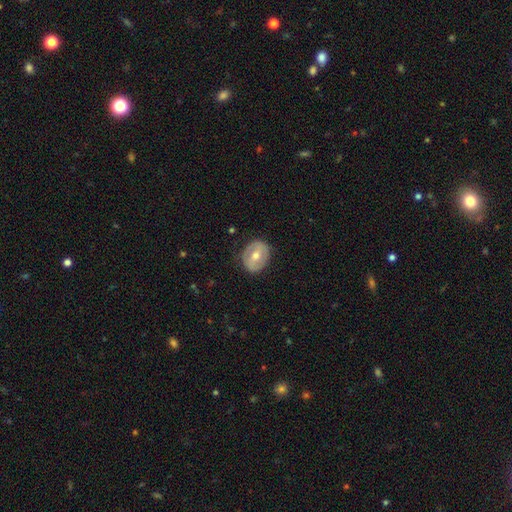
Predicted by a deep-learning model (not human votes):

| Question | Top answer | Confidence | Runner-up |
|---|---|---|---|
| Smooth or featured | featured or disk | 50% | smooth (43%) |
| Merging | none | 83% | minor disturbance (13%) |